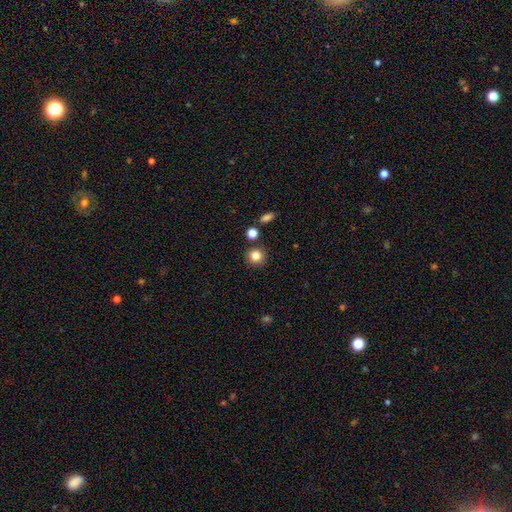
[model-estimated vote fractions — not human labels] Overall: smooth (83%). How rounded: round (91%). Merging: none (86%).